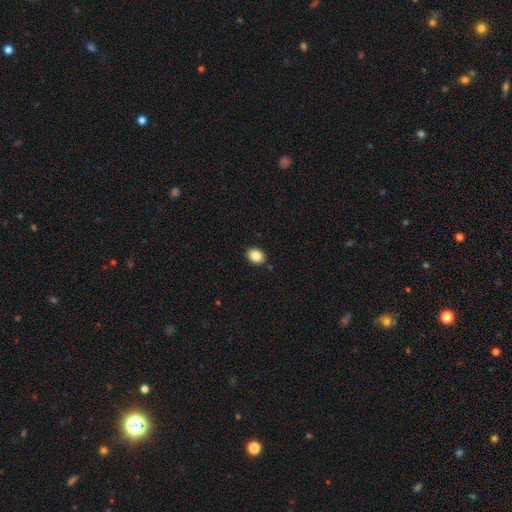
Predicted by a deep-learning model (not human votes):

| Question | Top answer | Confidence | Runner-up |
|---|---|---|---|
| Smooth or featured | smooth | 86% | star or artifact (9%) |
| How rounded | in between | 67% | round (32%) |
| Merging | none | 89% | minor disturbance (8%) |